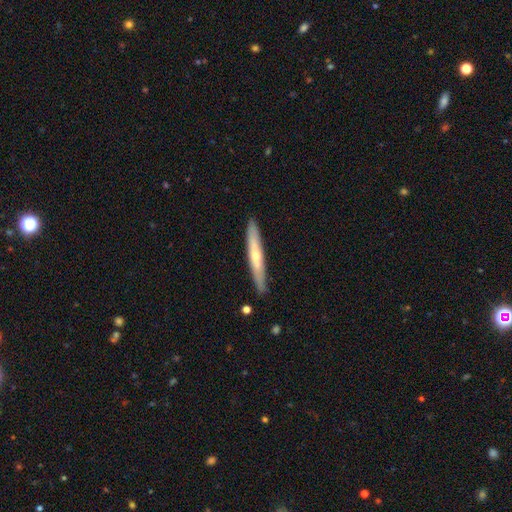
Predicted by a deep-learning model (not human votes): Q: Smooth or featured?
A: featured or disk (52%); runner-up: smooth (42%)
Q: Edge-on disk?
A: yes (90%); runner-up: no (10%)
Q: Merging?
A: none (89%); runner-up: minor disturbance (8%)